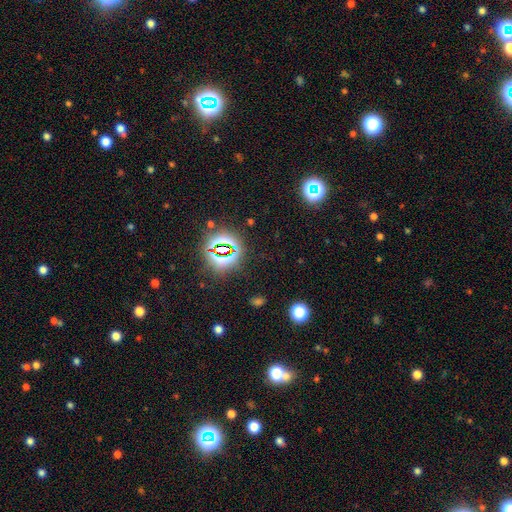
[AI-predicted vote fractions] smooth_or_featured: star or artifact (p=0.77) [alt: smooth p=0.15]